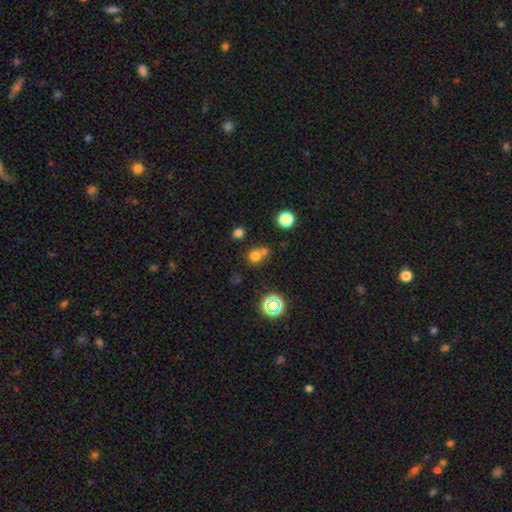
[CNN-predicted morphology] A smooth galaxy with no disk features (68%) that is round (84%). Merging: none (51%).